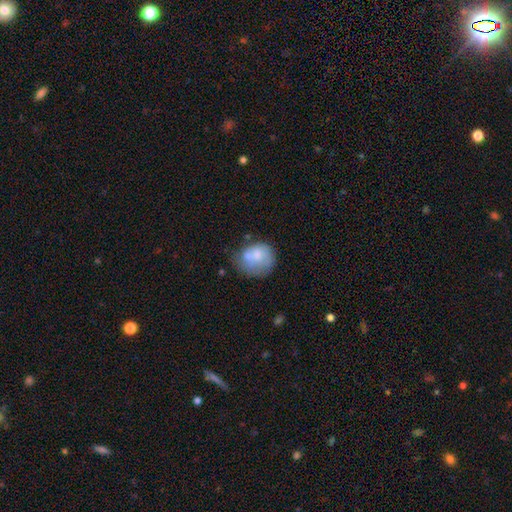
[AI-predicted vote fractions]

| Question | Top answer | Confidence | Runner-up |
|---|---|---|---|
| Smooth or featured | smooth | 62% | featured or disk (30%) |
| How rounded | round | 74% | in between (25%) |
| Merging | none | 43% | minor disturbance (25%) |